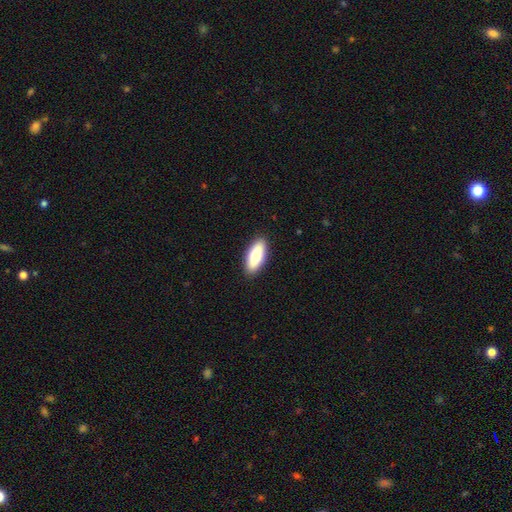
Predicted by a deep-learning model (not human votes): Smooth or featured: smooth — 75% (featured or disk — 19%)
How rounded: in between — 79% (cigar-shaped — 19%)
Merging: none — 90% (minor disturbance — 7%)